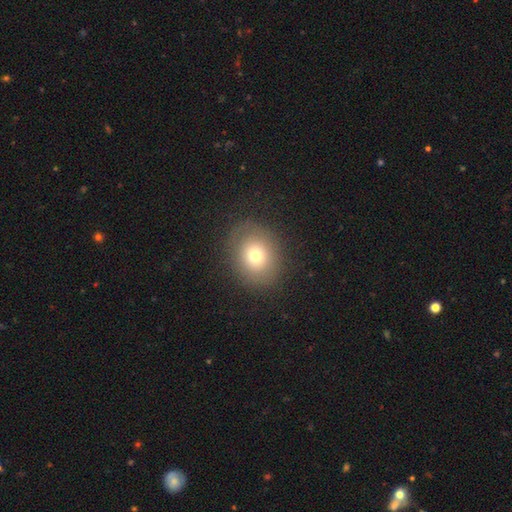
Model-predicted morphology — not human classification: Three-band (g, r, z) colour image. It shows a smooth galaxy with no disk features (71%) that is round (68%). Merging: none (83%).